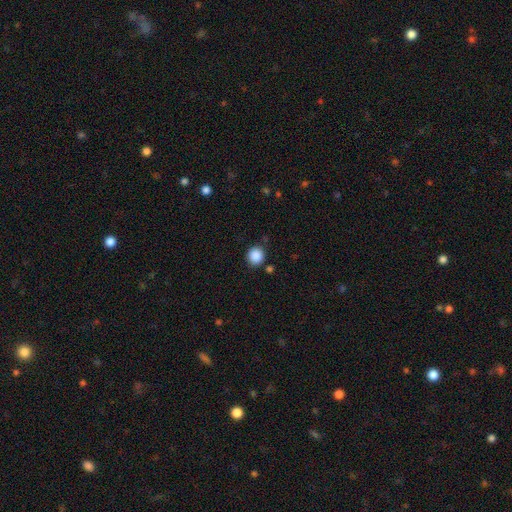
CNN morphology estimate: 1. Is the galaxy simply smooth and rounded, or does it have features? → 88% smooth, 9% star or artifact, 3% featured or disk.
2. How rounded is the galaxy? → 89% round, 10% in between, 1% cigar-shaped.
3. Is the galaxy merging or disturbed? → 85% none, 9% minor disturbance, 3% merger, 3% major disturbance.